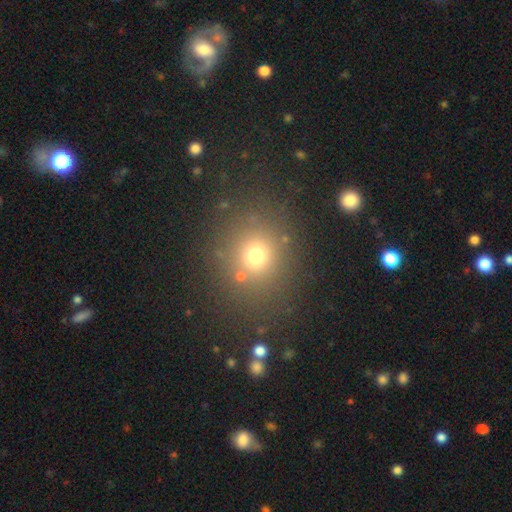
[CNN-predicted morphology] Overall: smooth (70%). How rounded: round (84%). Merging: none (81%).